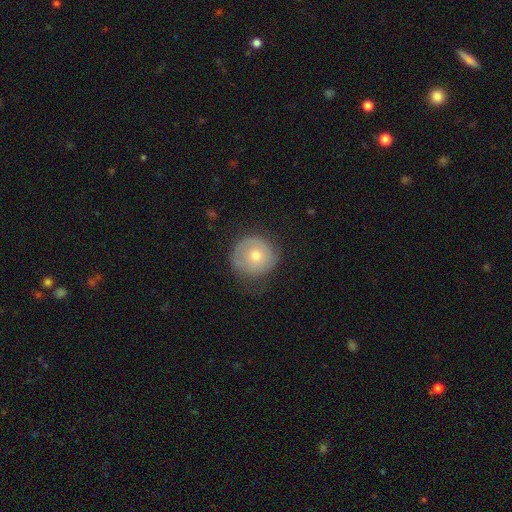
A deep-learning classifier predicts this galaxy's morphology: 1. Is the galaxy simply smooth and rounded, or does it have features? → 54% smooth, 39% featured or disk, 8% star or artifact.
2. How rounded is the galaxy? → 91% round, 8% in between, 1% cigar-shaped.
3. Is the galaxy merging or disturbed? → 65% none, 23% minor disturbance, 10% major disturbance, 1% merger.